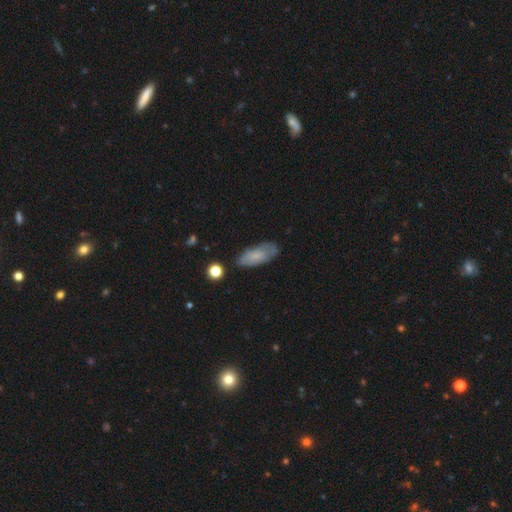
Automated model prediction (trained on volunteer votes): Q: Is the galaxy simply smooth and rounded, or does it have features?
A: smooth — 66%.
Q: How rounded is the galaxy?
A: in between — 82%.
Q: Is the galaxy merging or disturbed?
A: none — 68%.